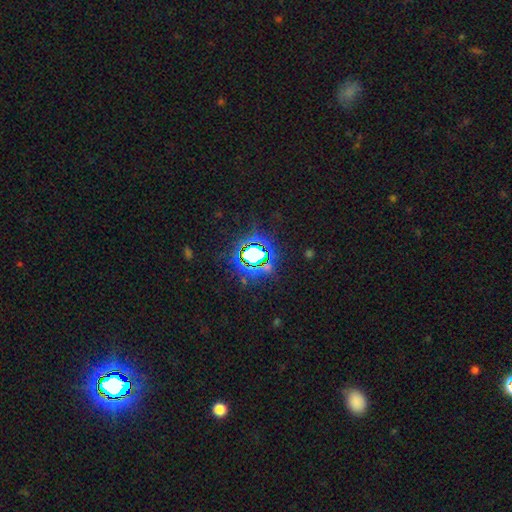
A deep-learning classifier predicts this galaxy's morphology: smooth_or_featured: star or artifact (p=0.75) [alt: smooth p=0.15]